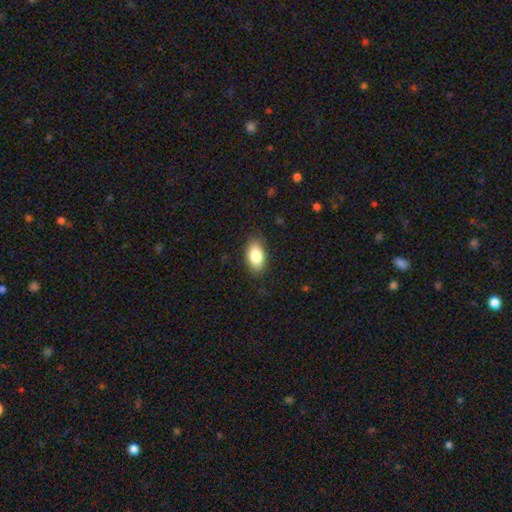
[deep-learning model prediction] A smooth galaxy with no disk features (83%) that is in between round and cigar-shaped (92%). Merging: none (83%).